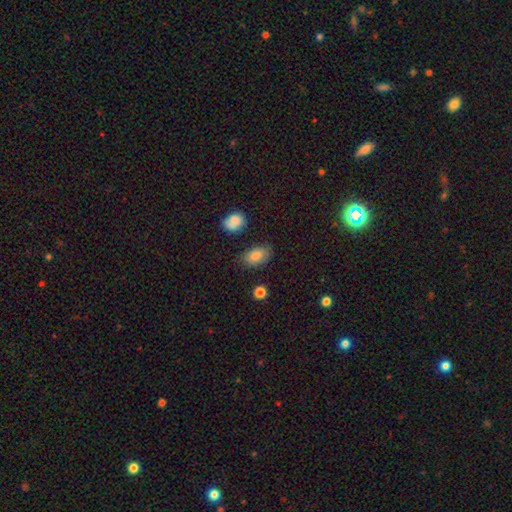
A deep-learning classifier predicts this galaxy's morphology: Smooth or featured? Predicted: smooth (p=0.81). How rounded? Predicted: in between (p=0.90). Merging? Predicted: none (p=0.78).